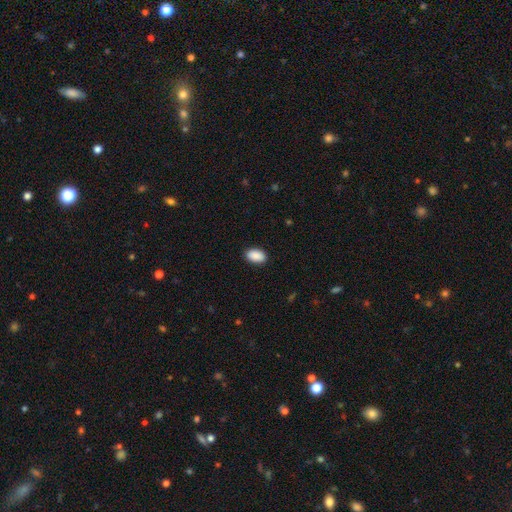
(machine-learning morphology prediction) Overall: smooth (91%). How rounded: in between (93%). Merging: none (89%).